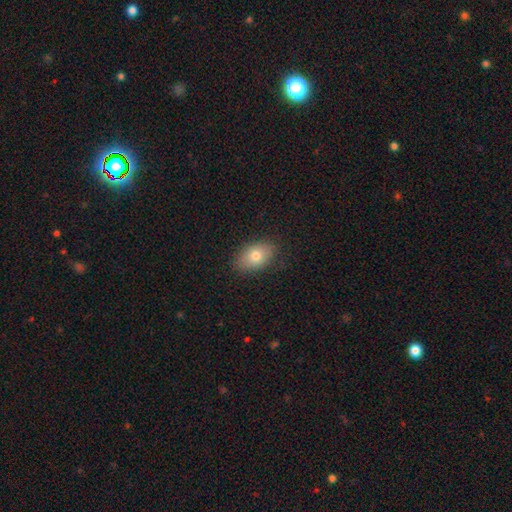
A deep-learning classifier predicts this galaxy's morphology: smooth-or-featured: smooth: 77% | featured or disk: 14% | star or artifact: 9%
  how-rounded: in between: 87% | round: 11% | cigar-shaped: 2%
  merging: none: 86% | minor disturbance: 11% | major disturbance: 3% | merger: 1%